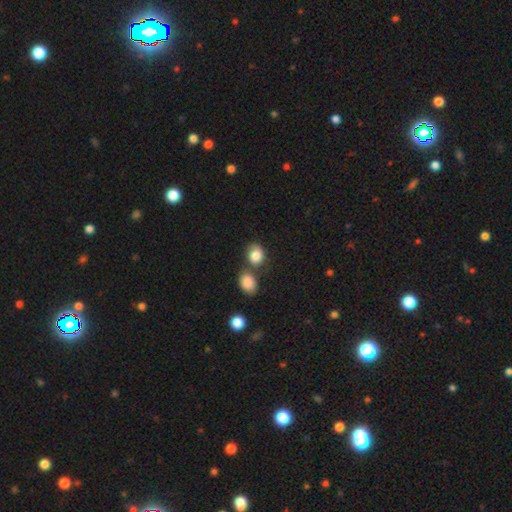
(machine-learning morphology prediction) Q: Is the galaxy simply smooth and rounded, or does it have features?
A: smooth — 85%.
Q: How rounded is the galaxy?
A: round — 53%.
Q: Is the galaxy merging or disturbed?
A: none — 51%.